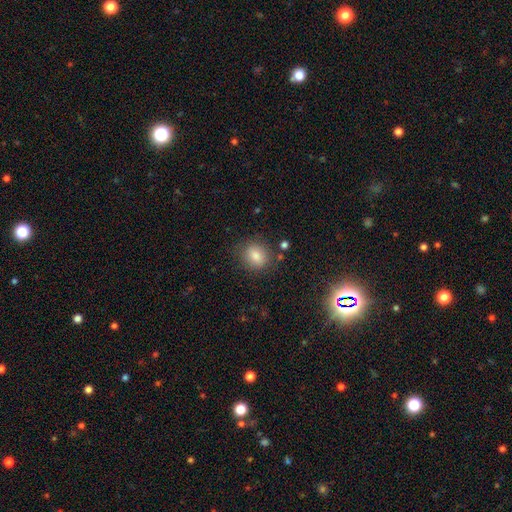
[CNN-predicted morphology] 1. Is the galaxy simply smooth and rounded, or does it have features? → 78% smooth, 14% star or artifact, 8% featured or disk.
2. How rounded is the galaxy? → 64% round, 35% in between, 1% cigar-shaped.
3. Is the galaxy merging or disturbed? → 83% none, 11% minor disturbance, 3% major disturbance, 3% merger.